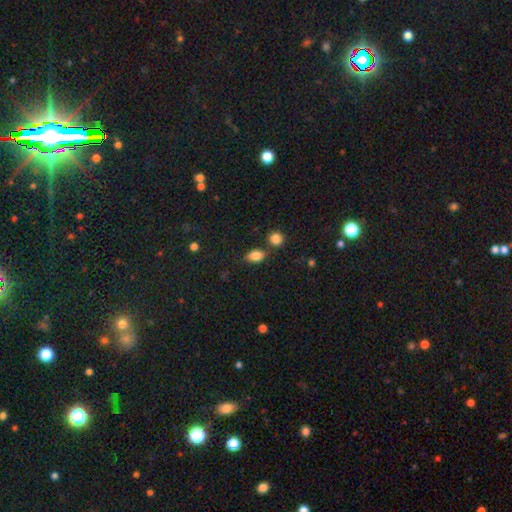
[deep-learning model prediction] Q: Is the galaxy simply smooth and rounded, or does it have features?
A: smooth — 82%.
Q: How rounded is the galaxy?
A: in between — 81%.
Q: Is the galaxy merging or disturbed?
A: none — 67%.